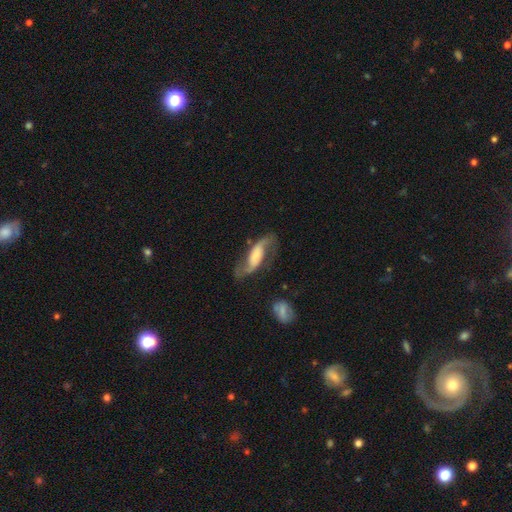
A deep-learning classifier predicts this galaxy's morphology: This appears to be a featured or disk galaxy (76%) with no bar (35%), 2 (90%) loose (61%) spiral arms (93%) and a small central bulge (33%). Merging: none (63%).